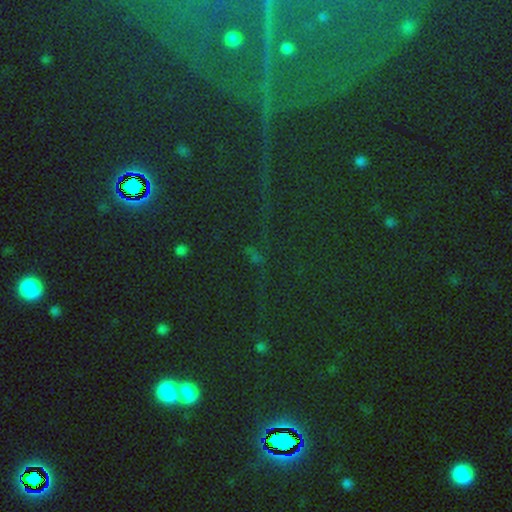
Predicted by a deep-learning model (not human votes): The model was most divided on "smooth or featured": star or artifact: 77%, smooth: 14%, featured or disk: 9%.